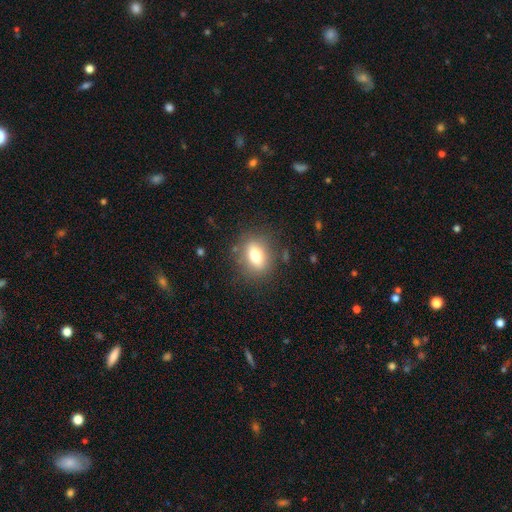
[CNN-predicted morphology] Smooth or featured? smooth (73%)
How rounded? in between (64%)
Merging? none (82%)